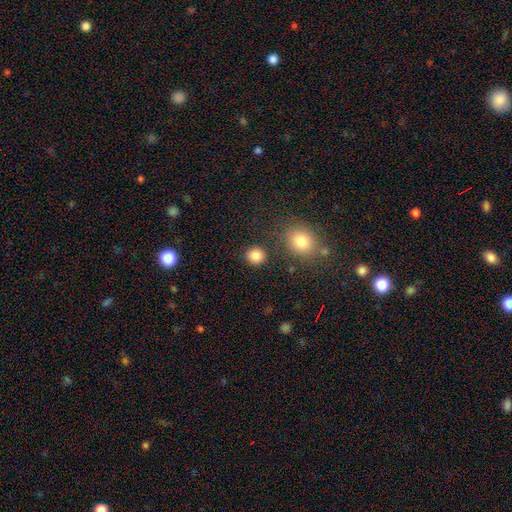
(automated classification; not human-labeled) This is clearly a smooth galaxy (85%). How rounded: clearly round (90%). Merging: clearly none (86%).